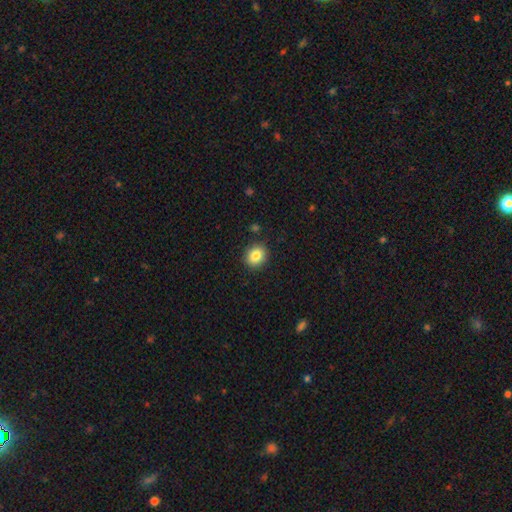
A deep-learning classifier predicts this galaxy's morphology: Smooth or featured? Predicted: smooth (p=0.84). How rounded? Predicted: round (p=0.72). Merging? Predicted: none (p=0.89).